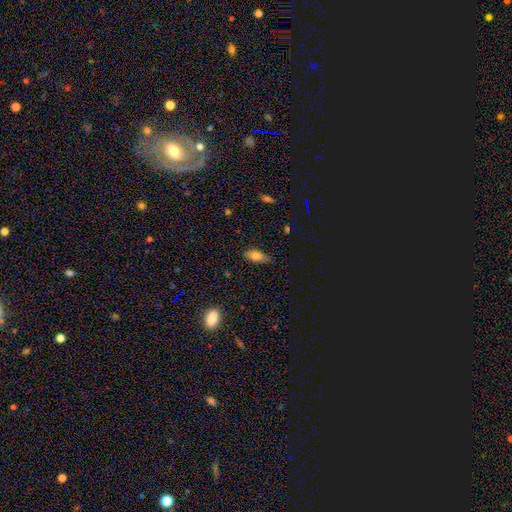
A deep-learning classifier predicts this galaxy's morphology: A smooth galaxy with no disk features (76%) that is in between round and cigar-shaped (82%).

Vote fractions:
- Smooth or featured? smooth: 76% / featured or disk: 15% / star or artifact: 9%
- How rounded? in between: 82% / cigar-shaped: 14% / round: 3%
- Merging? none: 78% / minor disturbance: 18% / major disturbance: 3% / merger: 1%